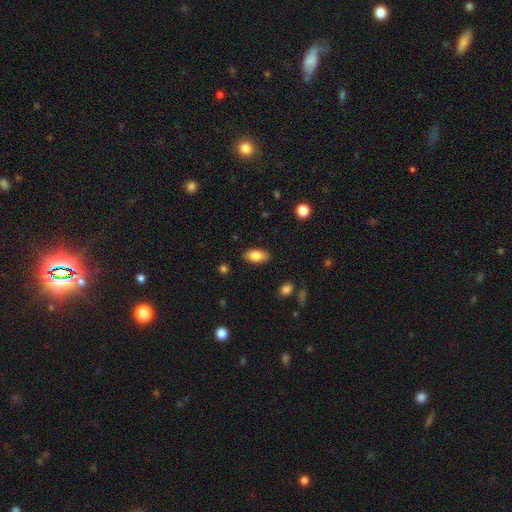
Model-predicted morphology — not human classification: Smooth or featured: smooth — 80% (featured or disk — 12%)
How rounded: in between — 91% (cigar-shaped — 5%)
Merging: none — 87% (minor disturbance — 10%)